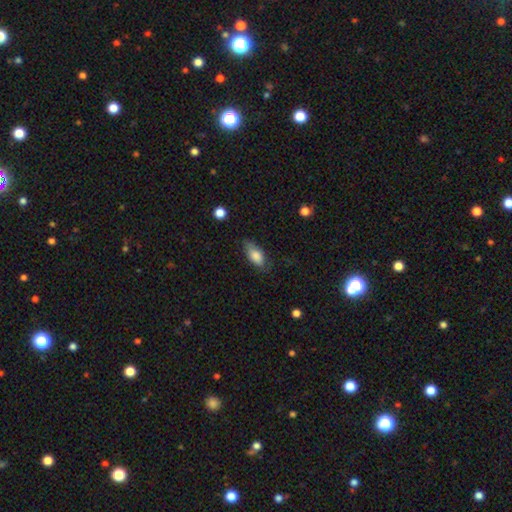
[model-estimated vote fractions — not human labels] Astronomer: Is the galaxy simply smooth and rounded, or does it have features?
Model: smooth — 81%.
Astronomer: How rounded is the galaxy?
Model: in between — 87%.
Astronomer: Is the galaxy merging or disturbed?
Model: none — 69%.